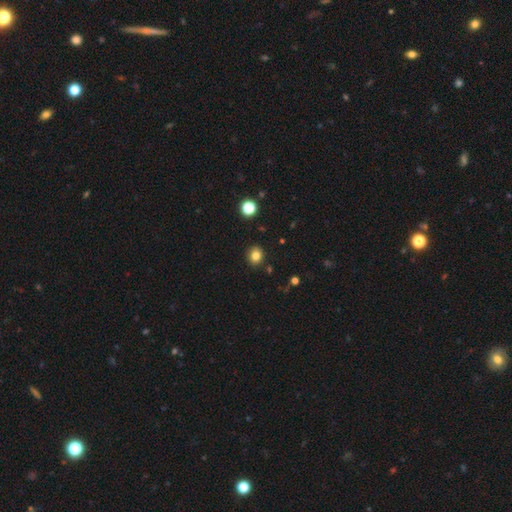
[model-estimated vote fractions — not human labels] Smooth or featured? Predicted: smooth (p=0.81). How rounded? Predicted: round (p=0.77). Merging? Predicted: none (p=0.90).